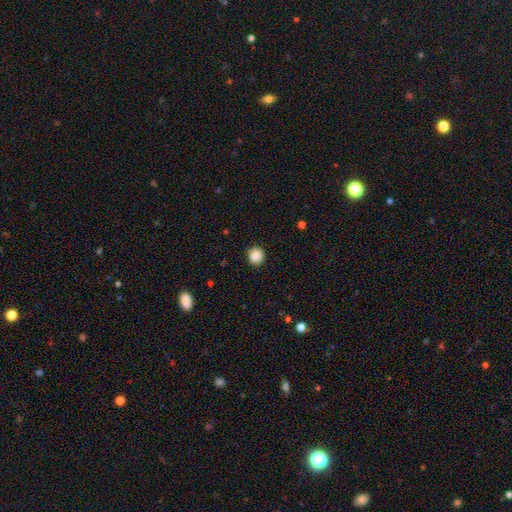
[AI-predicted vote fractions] Smooth or featured?
  - smooth: 88% *
  - star or artifact: 9%
  - featured or disk: 3%
How rounded?
  - round: 89% *
  - in between: 10%
  - cigar-shaped: 1%
Merging?
  - none: 90% *
  - minor disturbance: 7%
  - major disturbance: 2%
  - merger: 1%